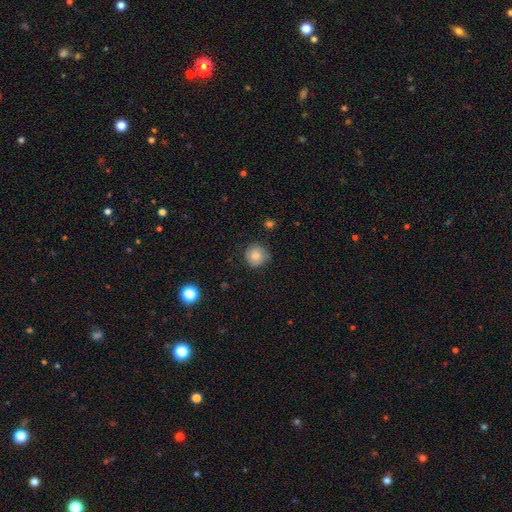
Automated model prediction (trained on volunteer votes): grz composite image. It shows a smooth galaxy with no disk features (75%) that is round (94%). Merging: none (79%).